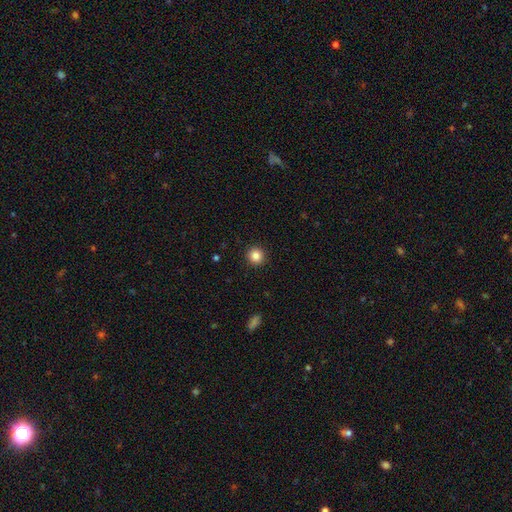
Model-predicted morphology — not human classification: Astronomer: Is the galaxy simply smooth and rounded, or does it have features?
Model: smooth — 85%.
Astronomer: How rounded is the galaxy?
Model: round — 94%.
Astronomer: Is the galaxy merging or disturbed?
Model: none — 93%.